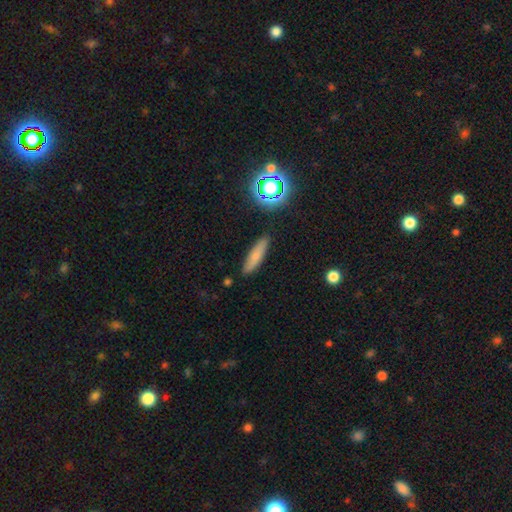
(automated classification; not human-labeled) Smooth or featured? smooth (73%)
How rounded? cigar-shaped (77%)
Merging? none (86%)